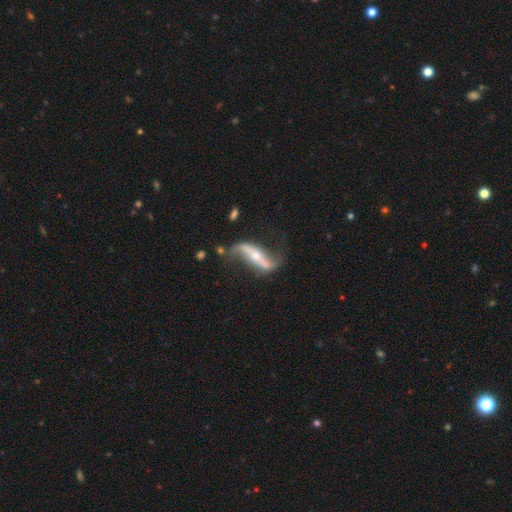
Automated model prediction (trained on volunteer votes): A featured or disk galaxy (84%) with a strong bar (53%), 2 (91%) loose (87%) spiral arms (89%) and a small central bulge (56%). Merging: none (57%).